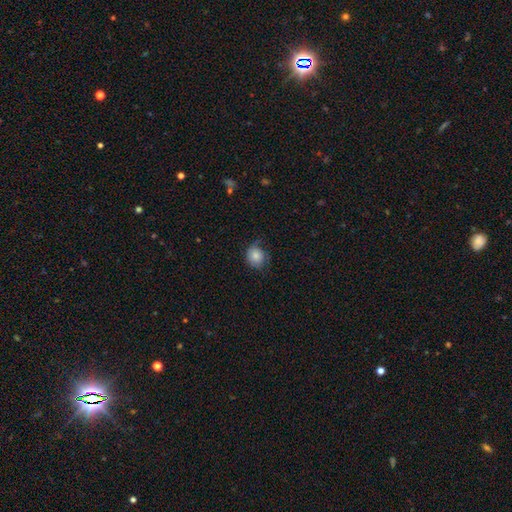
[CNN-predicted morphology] The model was most divided on "merging": none: 60%, minor disturbance: 29%, major disturbance: 9%, merger: 1%. More confident: smooth or featured — smooth (80%); how rounded — round (76%).